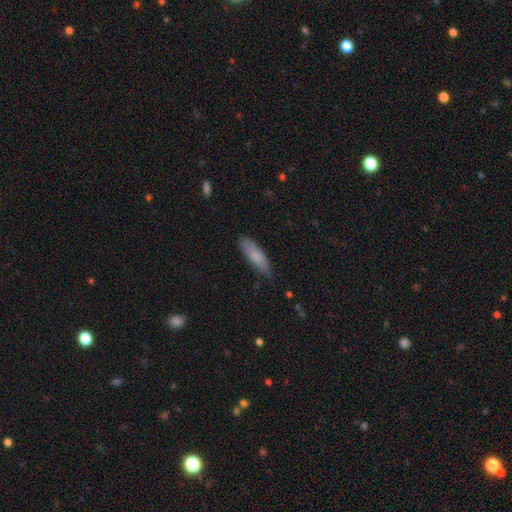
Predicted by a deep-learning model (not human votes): This appears to be a smooth galaxy with no disk features (79%) that is in between round and cigar-shaped (50%). Merging: none (72%).